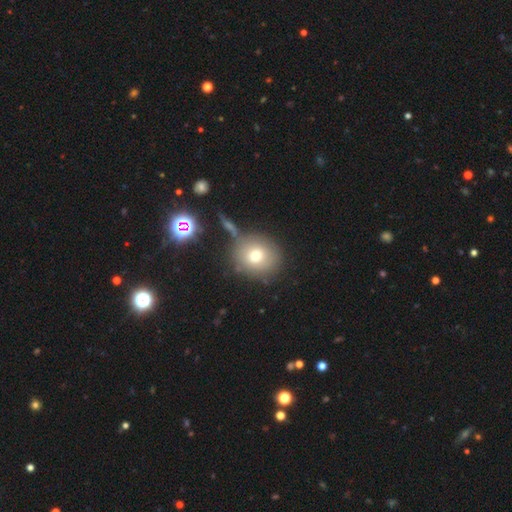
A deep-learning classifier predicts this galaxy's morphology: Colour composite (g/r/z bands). It shows a smooth galaxy with no disk features (73%) that is round (81%). Merging: none (74%).